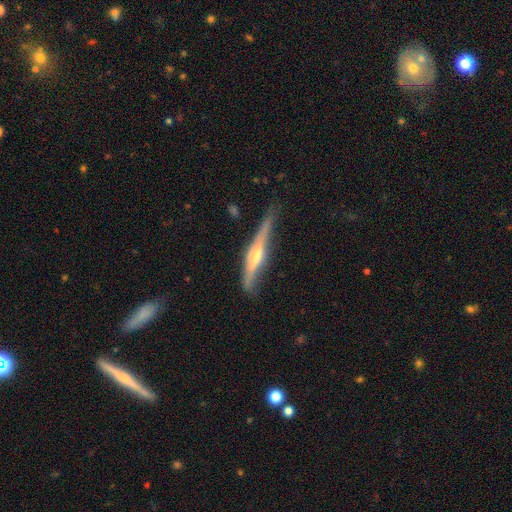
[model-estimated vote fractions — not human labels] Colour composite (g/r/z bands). It shows a featured or disk galaxy (74%) viewed edge-on (95%) with a rounded central bulge (83%). Merging: none (66%).